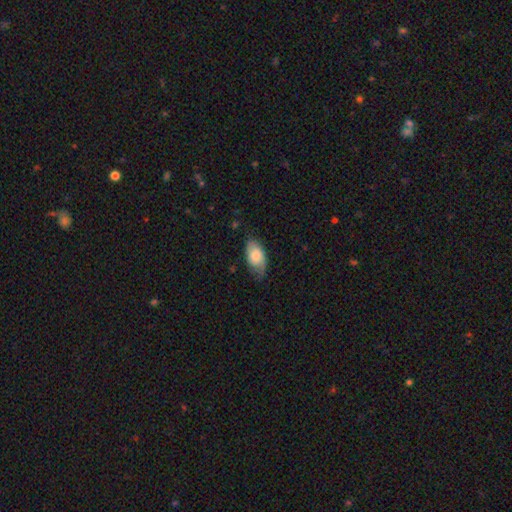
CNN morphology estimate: smooth-or-featured: smooth: 73% | featured or disk: 21% | star or artifact: 6%
  how-rounded: in between: 93% | round: 5% | cigar-shaped: 3%
  merging: none: 61% | minor disturbance: 29% | major disturbance: 8% | merger: 1%